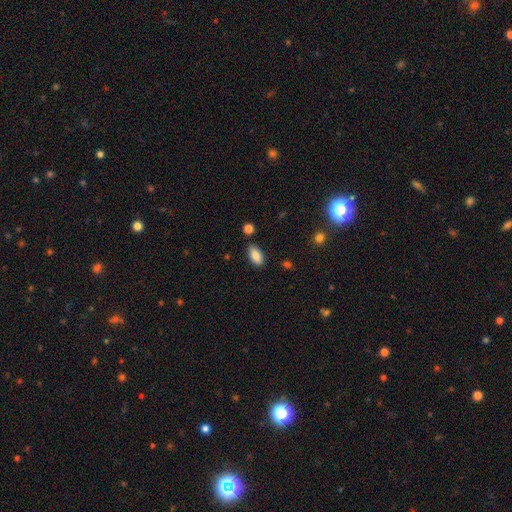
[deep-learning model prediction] Smooth or featured? smooth (86%)
How rounded? in between (91%)
Merging? none (84%)